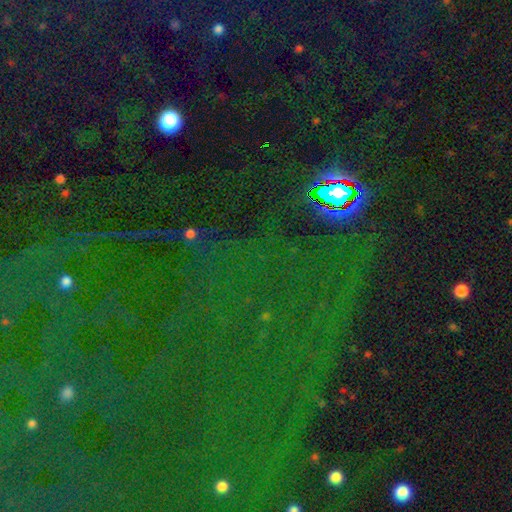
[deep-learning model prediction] A star or artifact, not a galaxy (85%).